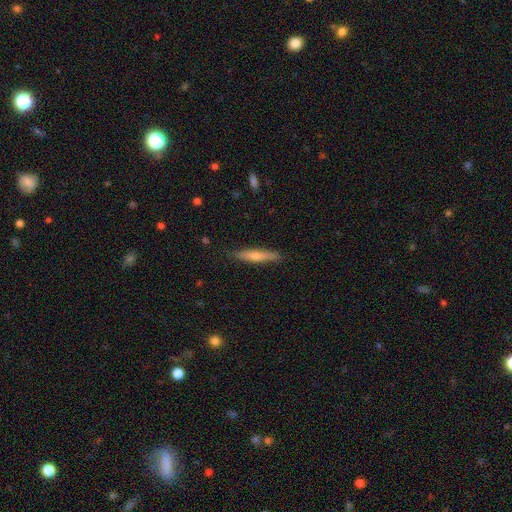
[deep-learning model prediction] Smooth or featured?
  - smooth: 48% *
  - featured or disk: 46%
  - star or artifact: 6%
Merging?
  - none: 88% *
  - minor disturbance: 10%
  - major disturbance: 2%
  - merger: 1%